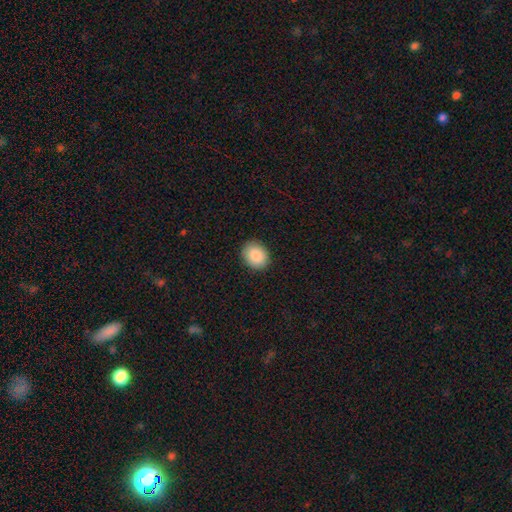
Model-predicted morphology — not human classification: smooth-or-featured: smooth: 89% | star or artifact: 7% | featured or disk: 4%
  how-rounded: round: 50% | in between: 49% | cigar-shaped: 1%
  merging: none: 89% | minor disturbance: 8% | major disturbance: 2% | merger: 1%